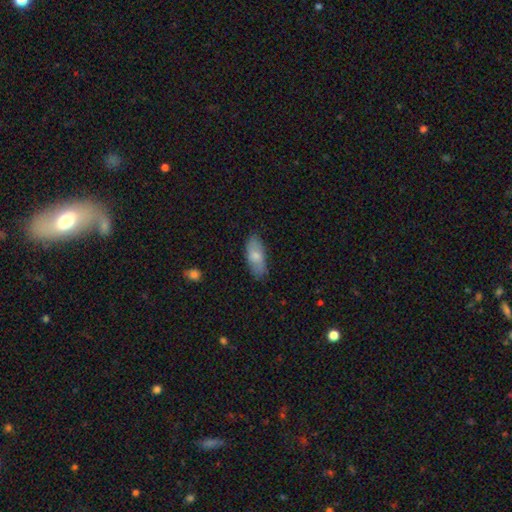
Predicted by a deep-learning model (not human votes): smooth-or-featured: smooth: 76% | featured or disk: 18% | star or artifact: 6%
  how-rounded: in between: 83% | cigar-shaped: 14% | round: 2%
  merging: none: 82% | minor disturbance: 14% | major disturbance: 3% | merger: 1%